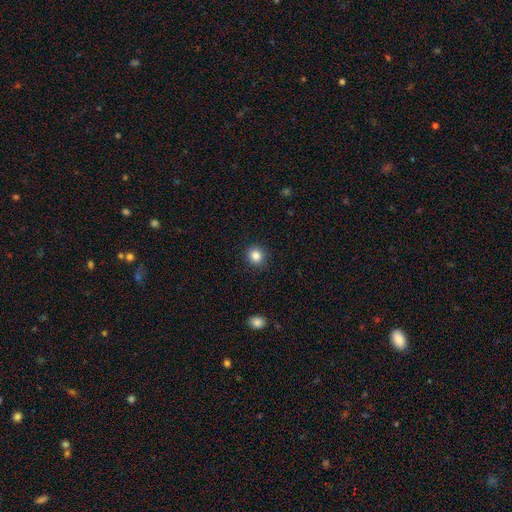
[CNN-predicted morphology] The model was most divided on "smooth or featured": smooth: 85%, star or artifact: 11%, featured or disk: 5%. More confident: merging — none (91%); how rounded — round (91%).